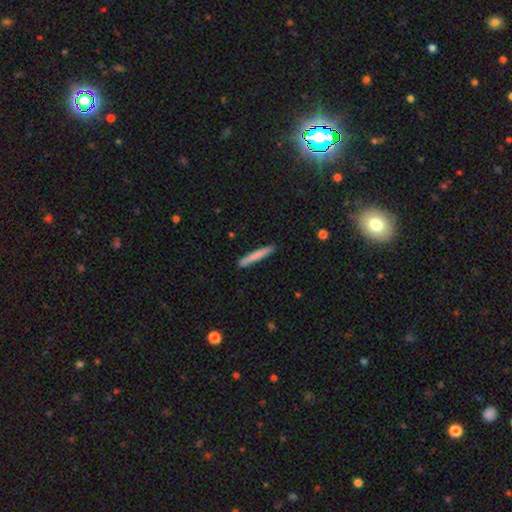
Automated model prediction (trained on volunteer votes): Smooth or featured? smooth (76%)
How rounded? cigar-shaped (96%)
Merging? none (90%)